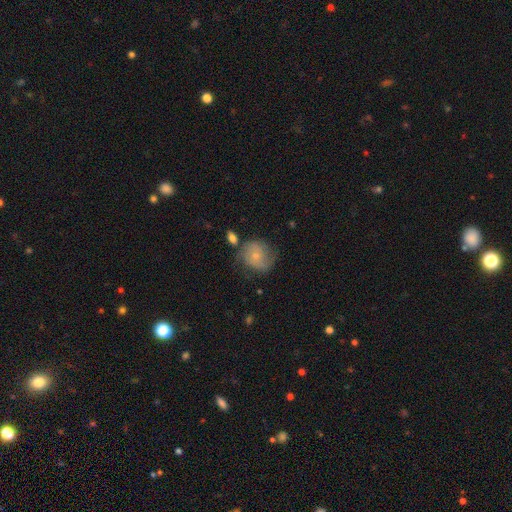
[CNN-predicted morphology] A featured or disk galaxy (47%). Merging: none (56%).